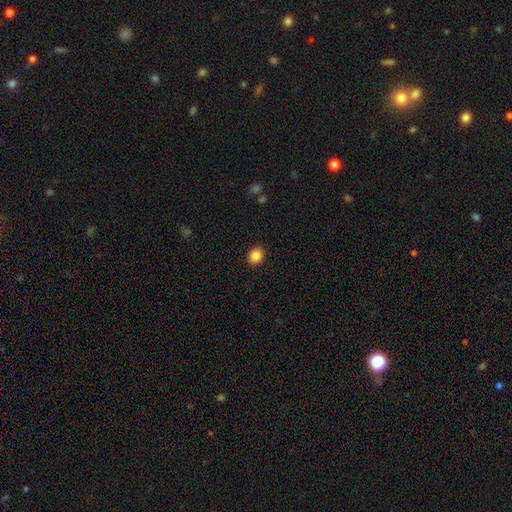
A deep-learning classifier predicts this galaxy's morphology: Smooth or featured? Predicted: smooth (p=0.86). How rounded? Predicted: round (p=0.59). Merging? Predicted: none (p=0.90).